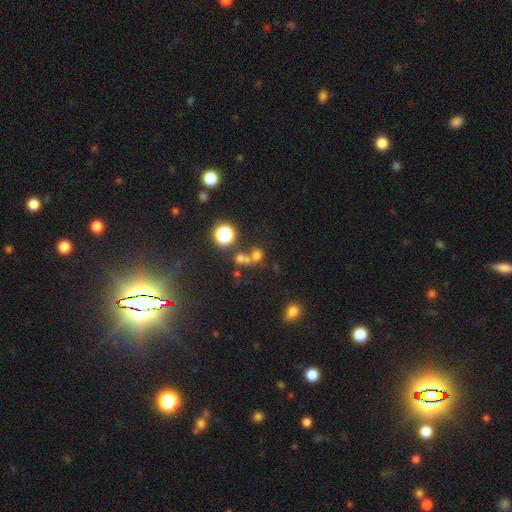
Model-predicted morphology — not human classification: This appears to be a smooth galaxy with no disk features (60%) that is round (79%). Merging: none (45%).